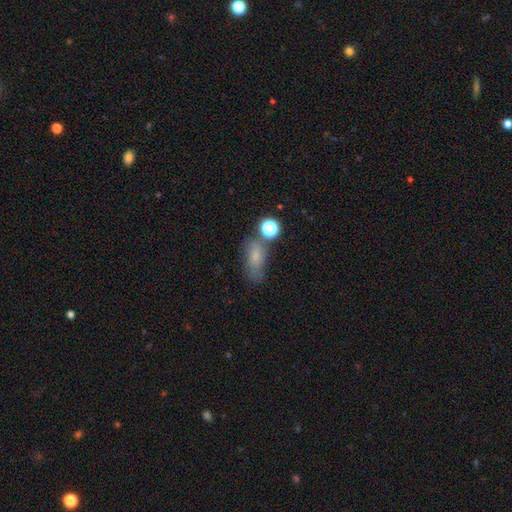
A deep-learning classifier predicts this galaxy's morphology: A smooth galaxy with no disk features (68%) that is in between round and cigar-shaped (78%). Merging: none (50%).